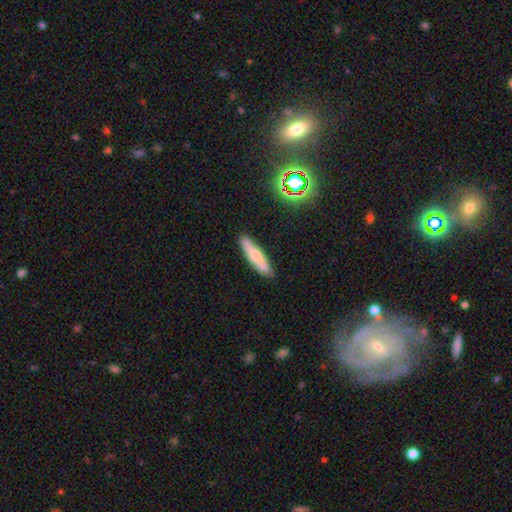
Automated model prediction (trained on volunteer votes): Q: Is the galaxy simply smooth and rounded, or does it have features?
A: smooth — 60%.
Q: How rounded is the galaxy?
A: cigar-shaped — 75%.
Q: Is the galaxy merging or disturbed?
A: none — 85%.